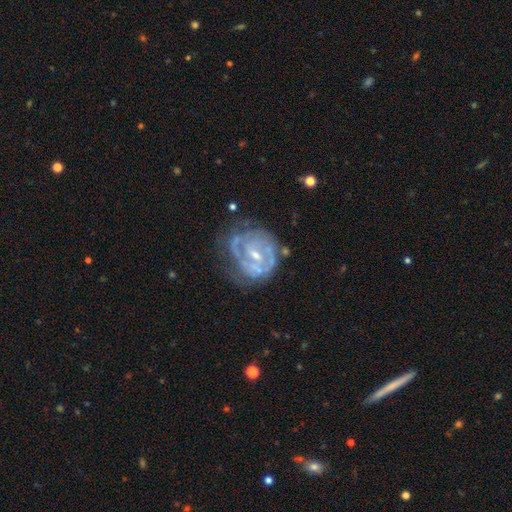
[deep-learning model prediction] A featured or disk galaxy (84%) with a weak bar (47%), 2 (38%) tight (61%) spiral arms (87%) and a small central bulge (62%).

Vote fractions:
- Smooth or featured? featured or disk: 84% / smooth: 10% / star or artifact: 7%
- Edge-on disk? no: 98% / yes: 2%
- Bar? weak: 47% / no: 36% / strong: 17%
- Spiral arms? yes: 87% / no: 13%
- Spiral winding? tight: 61% / medium: 31% / loose: 9%
- Spiral arm count? 2: 38% / can't tell: 33% / 3: 14% / 1: 7% / 4: 5% / more than 4: 4%
- Bulge size? small: 62% / moderate: 33% / none: 3% / large: 1% / dominant: 1%
- Merging? none: 54% / minor disturbance: 26% / major disturbance: 18% / merger: 3%